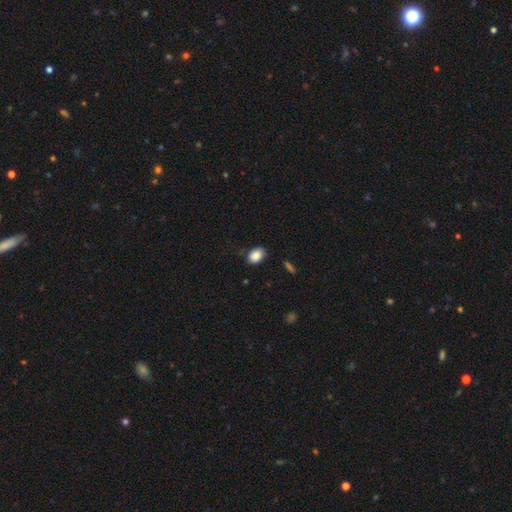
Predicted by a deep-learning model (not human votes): Smooth or featured? Predicted: smooth (p=0.87). How rounded? Predicted: in between (p=0.76). Merging? Predicted: none (p=0.76).